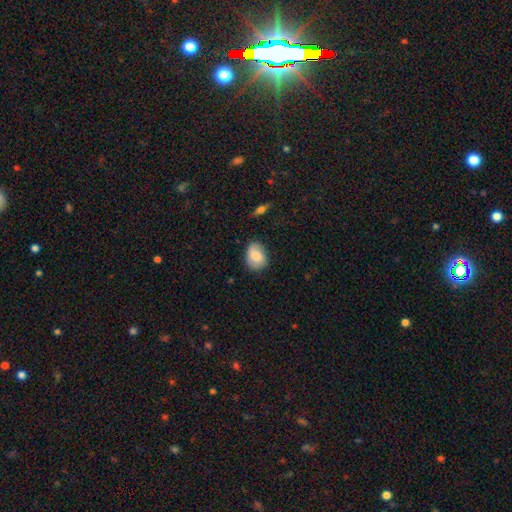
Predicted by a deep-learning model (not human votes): This appears to be a smooth galaxy with no disk features (81%) that is in between round and cigar-shaped (69%). Merging: none (77%).